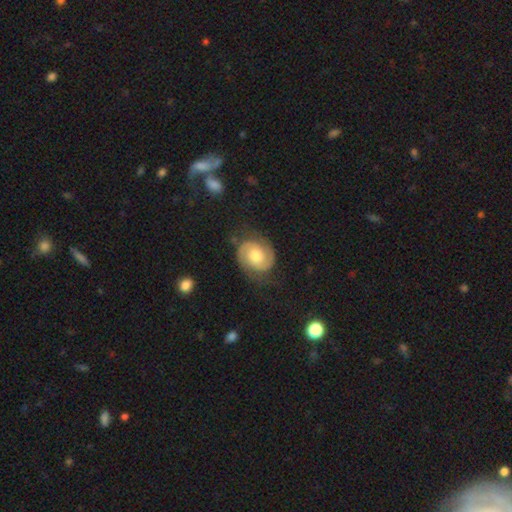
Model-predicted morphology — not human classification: Smooth or featured?
  - featured or disk: 81% *
  - smooth: 13%
  - star or artifact: 6%
Edge-on disk?
  - no: 98% *
  - yes: 2%
Bar?
  - no: 64% *
  - weak: 30%
  - strong: 6%
Spiral arms?
  - yes: 96% *
  - no: 4%
Spiral winding?
  - tight: 44% * (tied)
  - medium: 44% * (tied)
  - loose: 12%
Spiral arm count?
  - 2: 91% *
  - can't tell: 4%
  - 1: 1%
  - 3: 1%
  - 4: 1%
  - more than 4: 1%
Bulge size?
  - moderate: 68% *
  - small: 15%
  - large: 13%
  - none: 2%
  - dominant: 2%
Merging?
  - none: 77% *
  - minor disturbance: 15%
  - major disturbance: 6%
  - merger: 1%